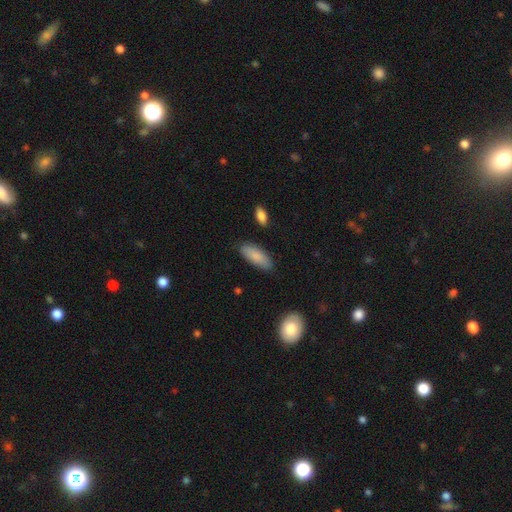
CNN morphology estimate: A smooth galaxy with no disk features (86%) that is in between round and cigar-shaped (77%).

Vote fractions:
- Smooth or featured? smooth: 86% / featured or disk: 8% / star or artifact: 6%
- How rounded? in between: 77% / cigar-shaped: 21% / round: 2%
- Merging? none: 83% / minor disturbance: 12% / major disturbance: 2% / merger: 2%